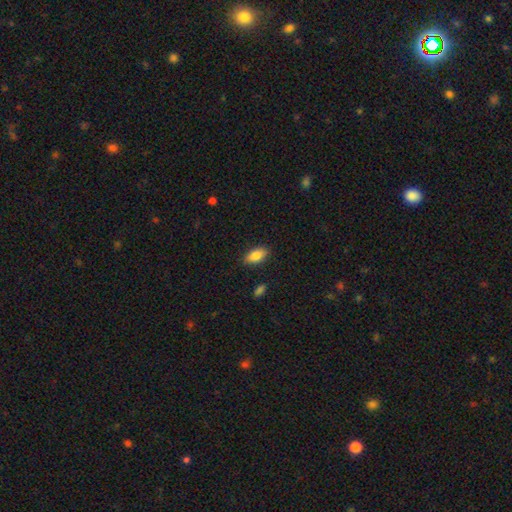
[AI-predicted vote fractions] Smooth or featured? Predicted: smooth (p=0.82). How rounded? Predicted: in between (p=0.88). Merging? Predicted: none (p=0.86).